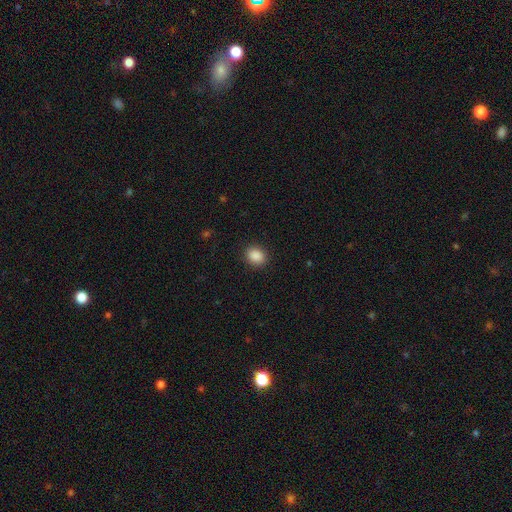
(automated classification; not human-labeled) Smooth or featured: smooth — 89% (star or artifact — 9%)
How rounded: round — 54% (in between — 45%)
Merging: none — 89% (minor disturbance — 7%)